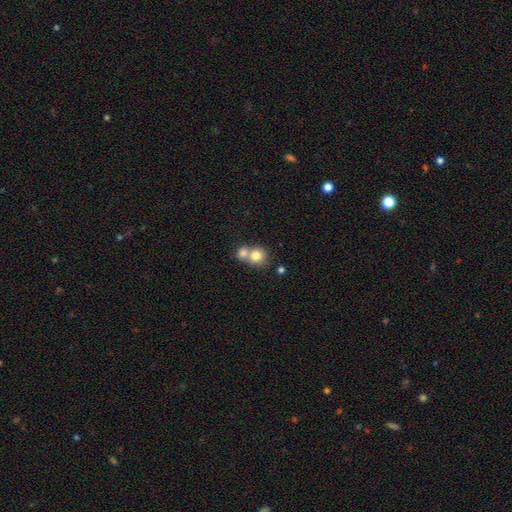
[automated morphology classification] This appears to be a smooth galaxy with no disk features (77%) that is round (81%). Merging: merger (60%).